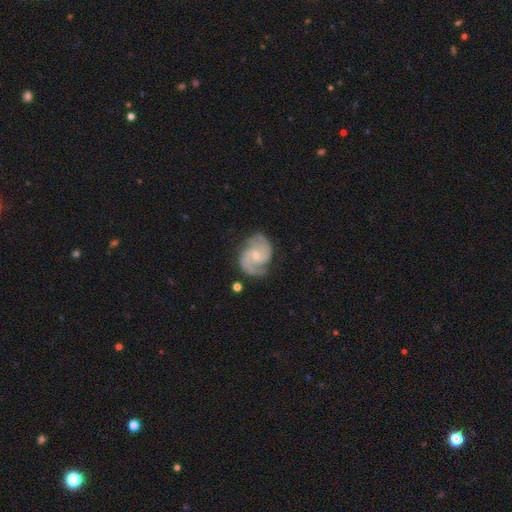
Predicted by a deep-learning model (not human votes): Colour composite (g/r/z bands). It shows a featured or disk galaxy (88%) with no bar (60%), 2 (81%) medium (52%) spiral arms (97%) and a small central bulge (60%). Merging: none (73%).